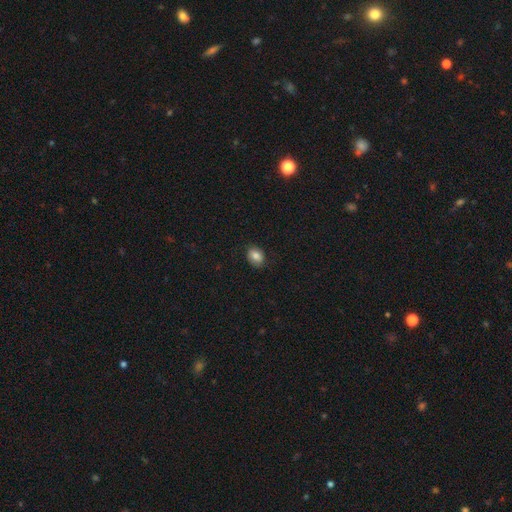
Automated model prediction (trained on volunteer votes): A smooth galaxy with no disk features (81%) that is in between round and cigar-shaped (66%). Merging: none (82%).